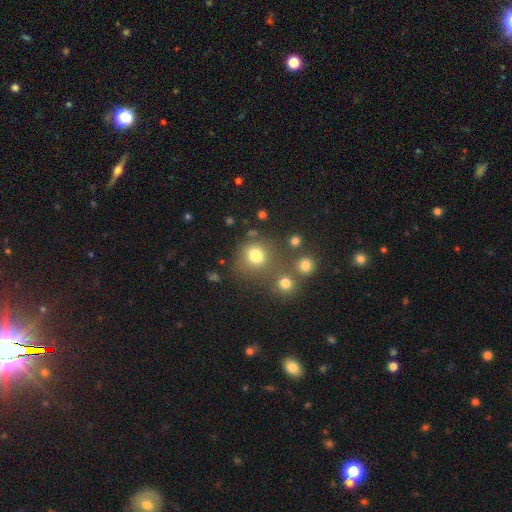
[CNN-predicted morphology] A smooth galaxy with no disk features (76%) that is round (83%). Merging: none (62%).